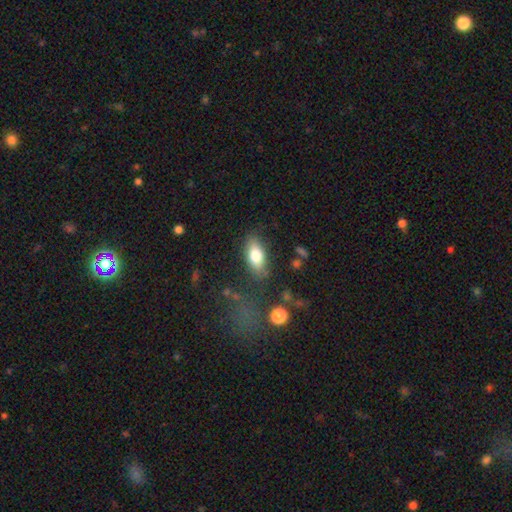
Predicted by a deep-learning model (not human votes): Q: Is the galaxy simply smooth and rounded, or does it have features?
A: smooth — 77%.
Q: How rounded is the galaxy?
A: in between — 86%.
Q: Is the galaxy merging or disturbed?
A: none — 80%.